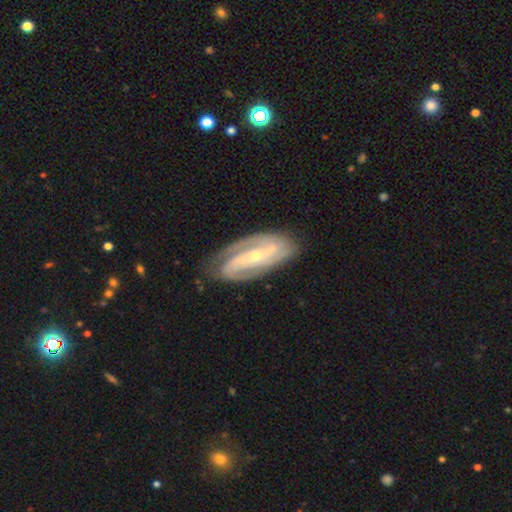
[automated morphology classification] Smooth or featured: featured or disk — 89% (smooth — 7%)
Edge-on disk: no — 94% (yes — 6%)
Bar: strong — 48% (weak — 28%)
Spiral arms: yes — 97% (no — 3%)
Spiral winding: medium — 44% (tight — 39%)
Spiral arm count: 2 — 79% (3 — 8%)
Bulge size: small — 67% (moderate — 30%)
Merging: none — 76% (minor disturbance — 17%)